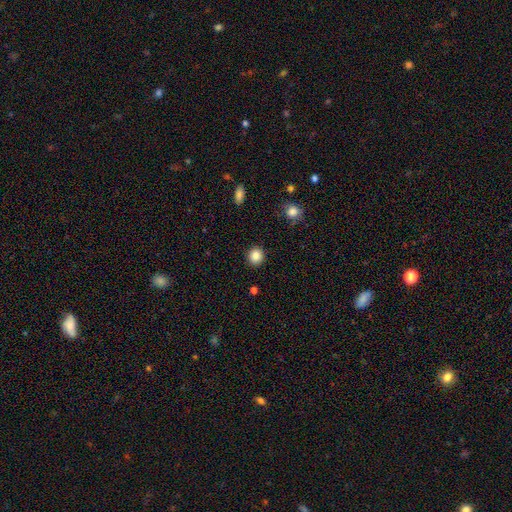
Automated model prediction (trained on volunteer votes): This appears to be a smooth galaxy with no disk features (86%) that is round (89%). Merging: none (91%).